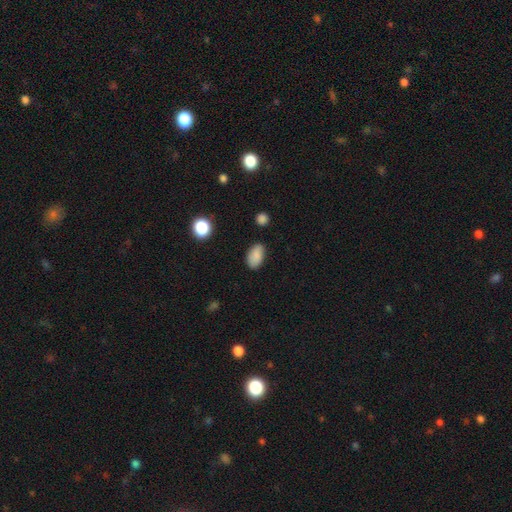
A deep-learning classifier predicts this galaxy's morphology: Overall: smooth (86%). How rounded: in between (92%). Merging: none (81%).